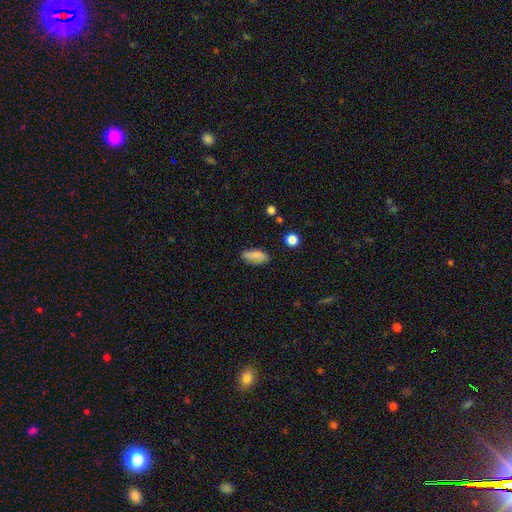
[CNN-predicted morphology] Smooth or featured? smooth (83%)
How rounded? in between (76%)
Merging? none (75%)